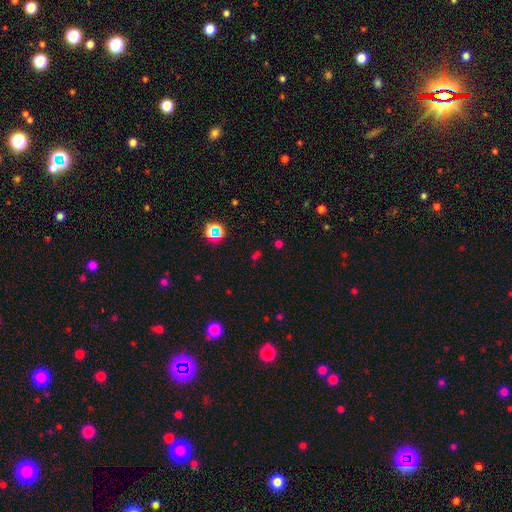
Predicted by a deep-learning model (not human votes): Overall: star or artifact (56%; smooth 36%).